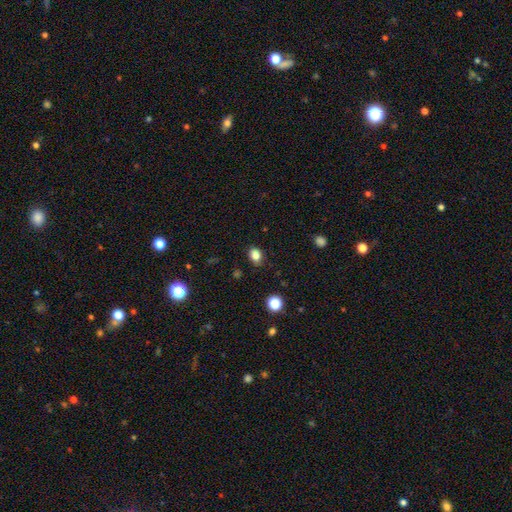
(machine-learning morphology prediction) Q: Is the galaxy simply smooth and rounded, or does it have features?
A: smooth — 83%.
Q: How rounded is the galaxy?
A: in between — 53%.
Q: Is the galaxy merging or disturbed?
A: none — 84%.